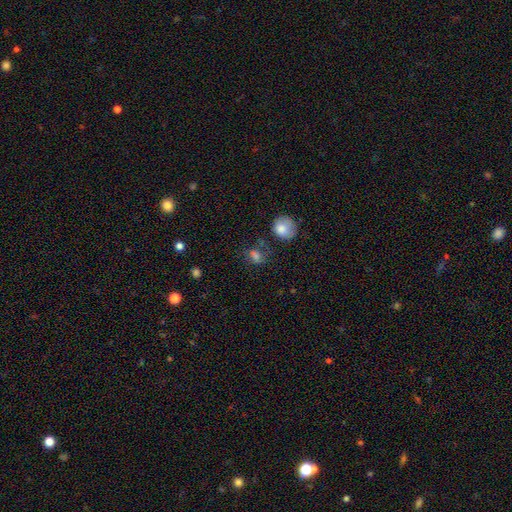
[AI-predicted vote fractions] Smooth or featured? Predicted: smooth (p=0.70). How rounded? Predicted: in between (p=0.53). Merging? Predicted: none (p=0.56).